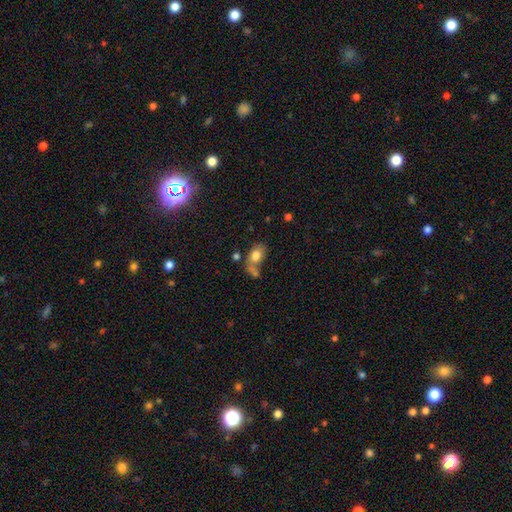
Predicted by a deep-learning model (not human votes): Smooth or featured? smooth (76%)
How rounded? in between (77%)
Merging? none (36%)